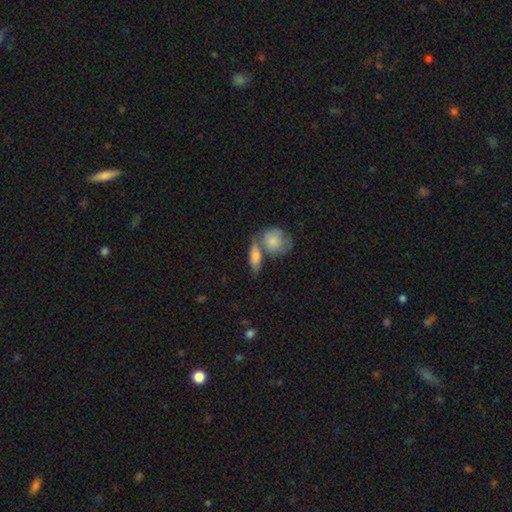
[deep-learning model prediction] Smooth or featured? smooth (68%)
How rounded? in between (60%)
Merging? none (46%)